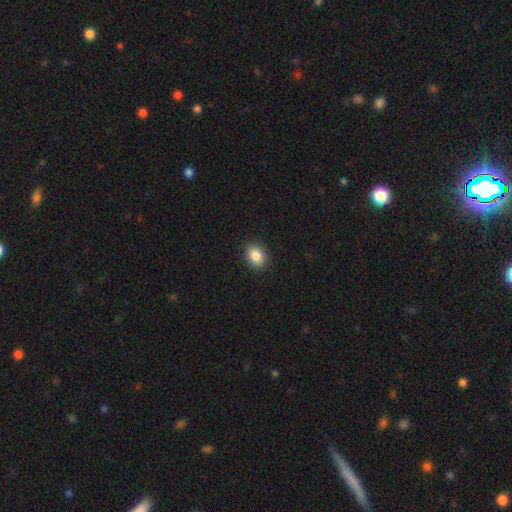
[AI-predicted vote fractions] This appears to be a smooth galaxy with no disk features (87%) that is in between round and cigar-shaped (69%). Merging: none (90%).